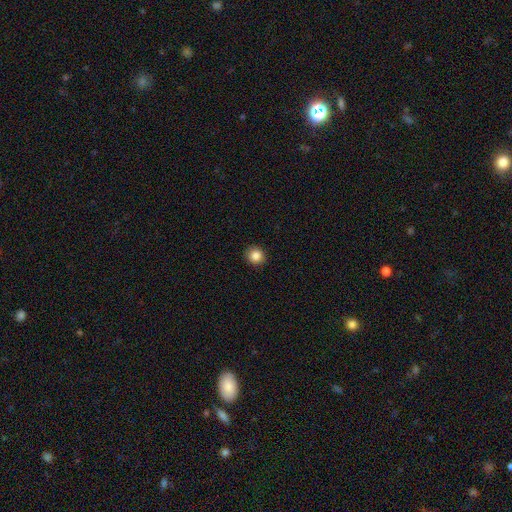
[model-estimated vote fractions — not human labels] A smooth galaxy with no disk features (86%) that is round (91%).

Vote fractions:
- Smooth or featured? smooth: 86% / star or artifact: 10% / featured or disk: 4%
- How rounded? round: 91% / in between: 8% / cigar-shaped: 1%
- Merging? none: 92% / minor disturbance: 6% / major disturbance: 2% / merger: 1%